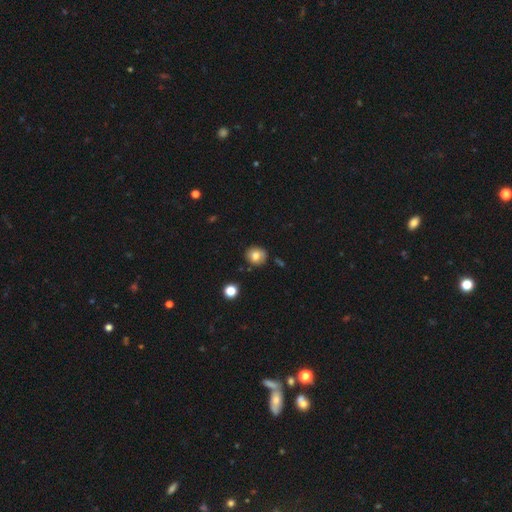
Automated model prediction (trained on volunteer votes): smooth 79%, star or artifact 11%, featured or disk 10%. Down the decision tree: how rounded — round (82%); merging — none (82%).